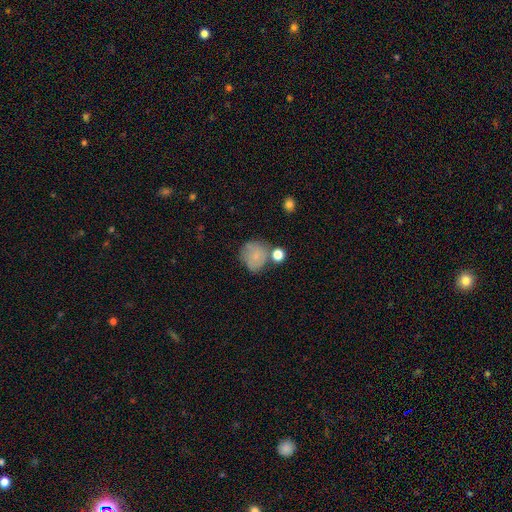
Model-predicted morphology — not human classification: smooth-or-featured: smooth: 76% | featured or disk: 15% | star or artifact: 9%
  how-rounded: round: 82% | in between: 17% | cigar-shaped: 1%
  merging: none: 54% | minor disturbance: 21% | merger: 16% | major disturbance: 8%